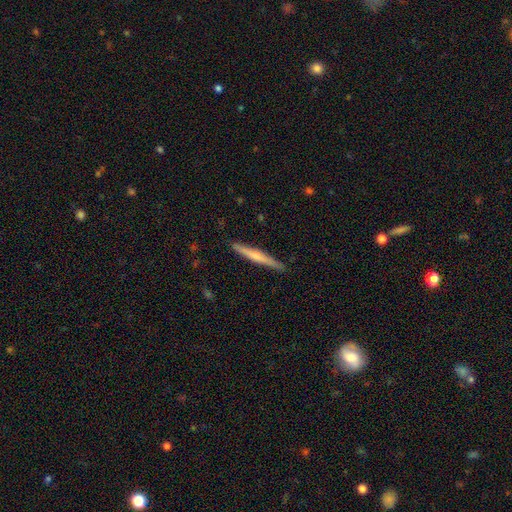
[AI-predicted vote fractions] Morphology: type=featured or disk (54%); edge-on=yes (98%); edge-on bulge=rounded (61%); merging=none (90%).